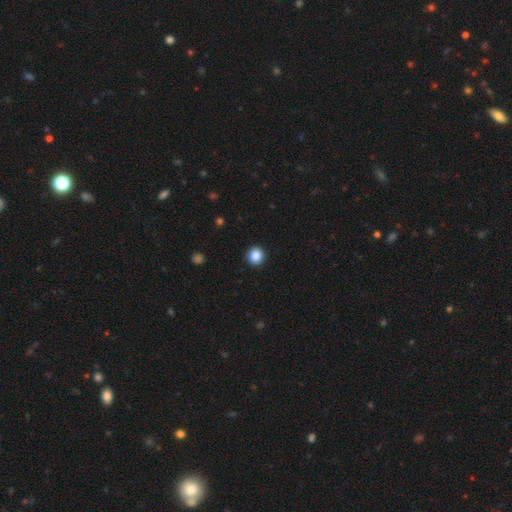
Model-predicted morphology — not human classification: A smooth galaxy with no disk features (87%) that is round (91%). Merging: none (92%).